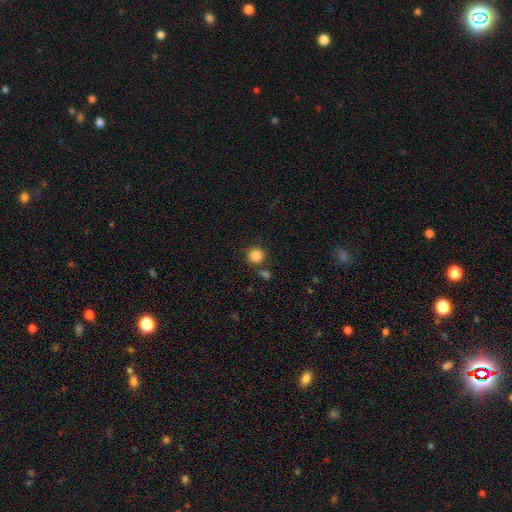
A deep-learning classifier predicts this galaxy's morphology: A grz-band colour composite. It shows a smooth galaxy with no disk features (85%) that is round (93%). Merging: none (77%).